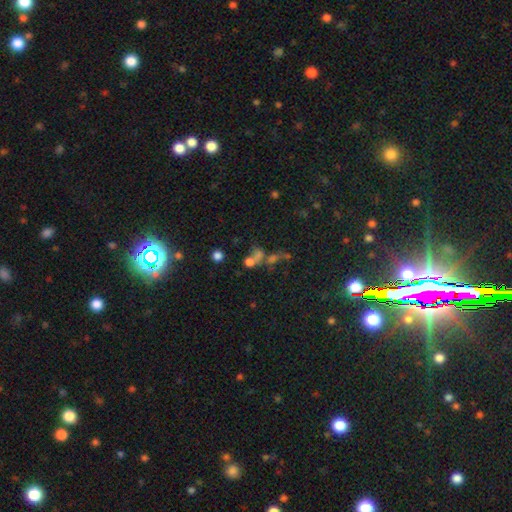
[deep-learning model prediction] Smooth or featured? star or artifact (57%)